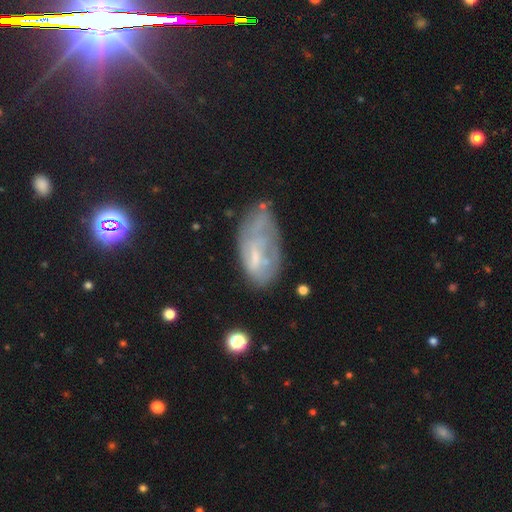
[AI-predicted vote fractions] Smooth or featured: featured or disk — 47% (smooth — 41%)
Merging: none — 44% (minor disturbance — 31%)